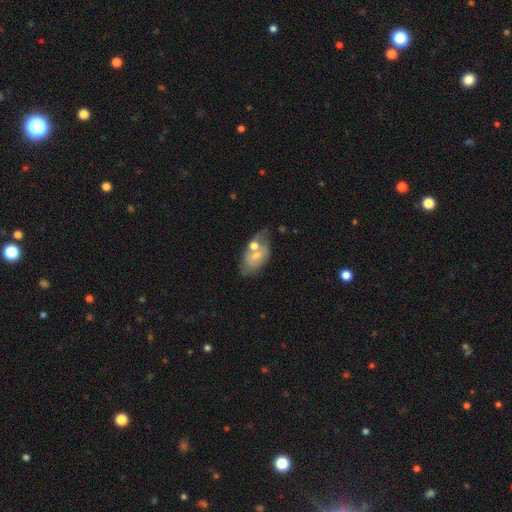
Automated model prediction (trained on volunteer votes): Overall: featured or disk (50%; smooth 40%). Edge-on disk: no (92%). Merging: none (43%; minor disturbance 23%).